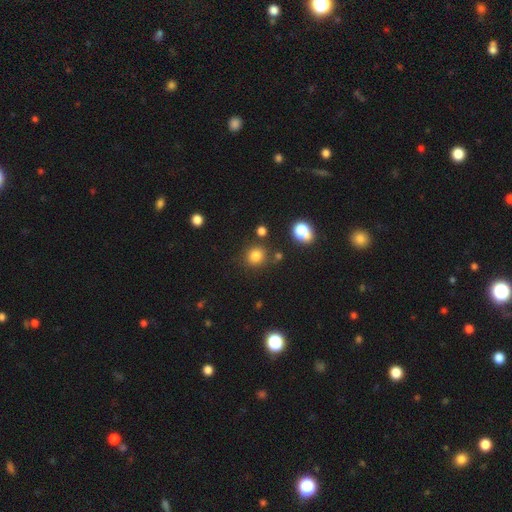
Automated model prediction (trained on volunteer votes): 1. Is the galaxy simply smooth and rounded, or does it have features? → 81% smooth, 14% star or artifact, 5% featured or disk.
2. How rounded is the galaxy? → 83% round, 16% in between, 1% cigar-shaped.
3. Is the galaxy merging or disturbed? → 81% none, 10% minor disturbance, 5% merger, 4% major disturbance.